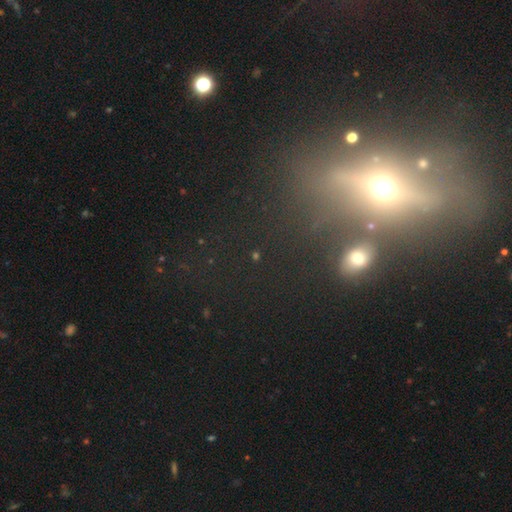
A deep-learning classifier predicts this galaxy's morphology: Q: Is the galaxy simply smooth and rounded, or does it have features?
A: featured or disk — 40%.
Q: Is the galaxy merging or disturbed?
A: none — 72%.